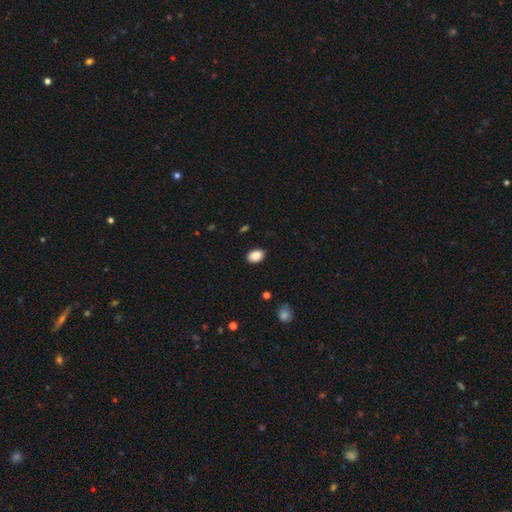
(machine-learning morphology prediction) Q: Smooth or featured?
A: smooth (89%); runner-up: star or artifact (8%)
Q: How rounded?
A: in between (87%); runner-up: round (12%)
Q: Merging?
A: none (87%); runner-up: minor disturbance (10%)